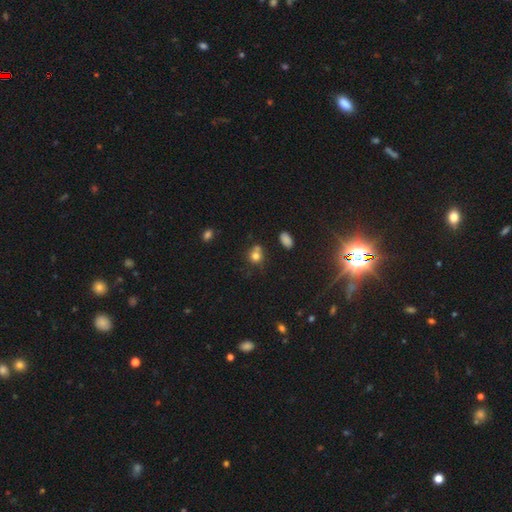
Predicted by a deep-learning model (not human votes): Smooth or featured? Predicted: smooth (p=0.76). How rounded? Predicted: round (p=0.78). Merging? Predicted: none (p=0.53).